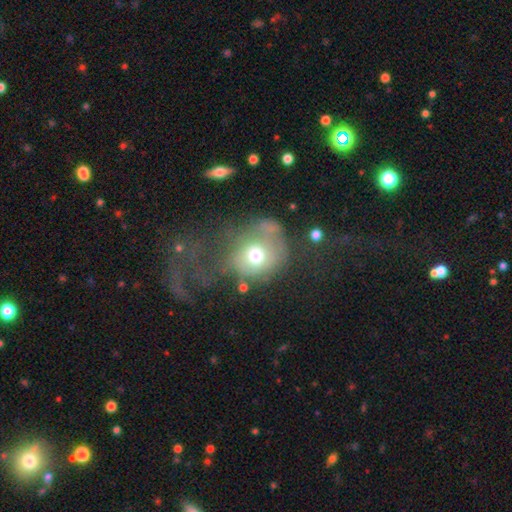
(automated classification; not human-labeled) Overall: smooth (60%; featured or disk 27%). How rounded: round (68%; in between 31%). Merging: major disturbance (48%; none 24%).